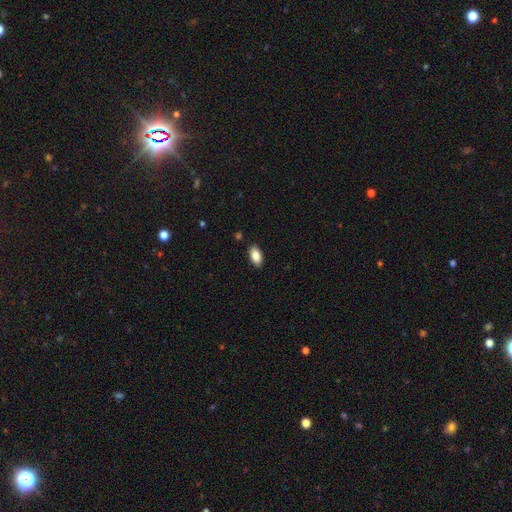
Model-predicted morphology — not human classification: This appears to be a smooth galaxy with no disk features (86%) that is in between round and cigar-shaped (92%). Merging: none (89%).